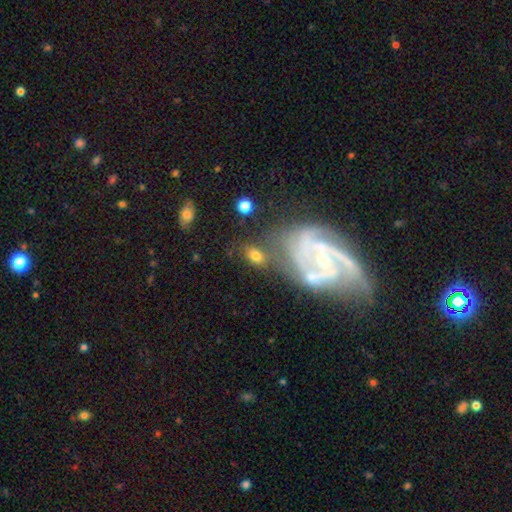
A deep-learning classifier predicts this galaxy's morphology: smooth_or_featured: smooth (p=0.64) [alt: featured or disk p=0.26]
how_rounded: in between (p=0.81) [alt: round p=0.17]
merging: none (p=0.57) [alt: minor disturbance p=0.18]